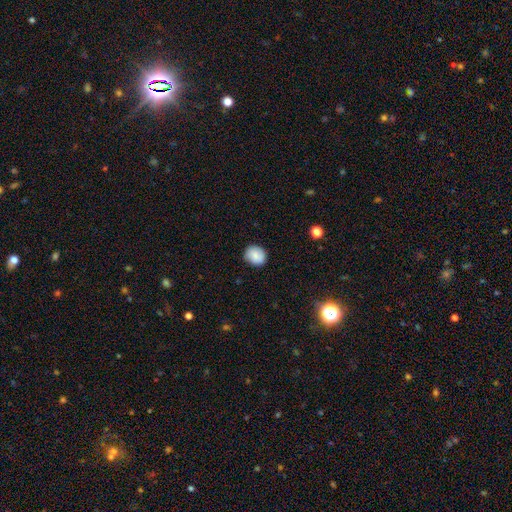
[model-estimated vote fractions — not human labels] Smooth or featured? Predicted: smooth (p=0.86). How rounded? Predicted: round (p=0.68). Merging? Predicted: none (p=0.86).